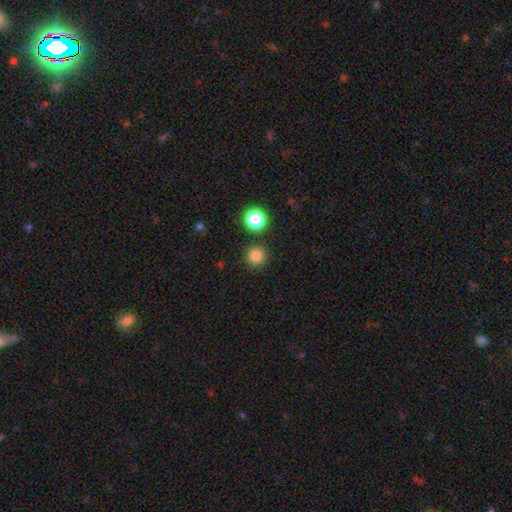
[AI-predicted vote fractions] smooth_or_featured: smooth (p=0.83) [alt: star or artifact p=0.13]
how_rounded: round (p=0.95) [alt: in between p=0.04]
merging: none (p=0.87) [alt: minor disturbance p=0.06]